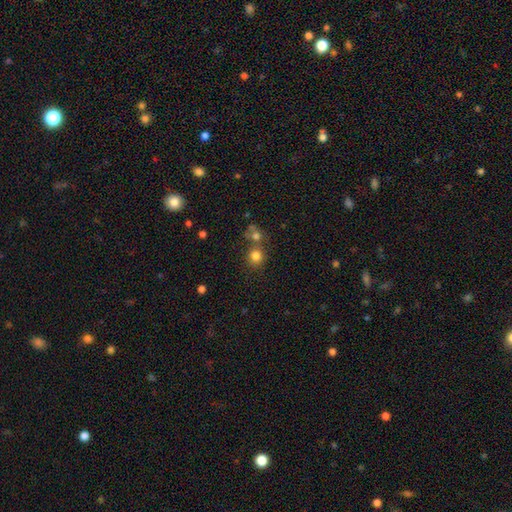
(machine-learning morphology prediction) Smooth or featured? smooth (78%)
How rounded? round (86%)
Merging? none (61%)